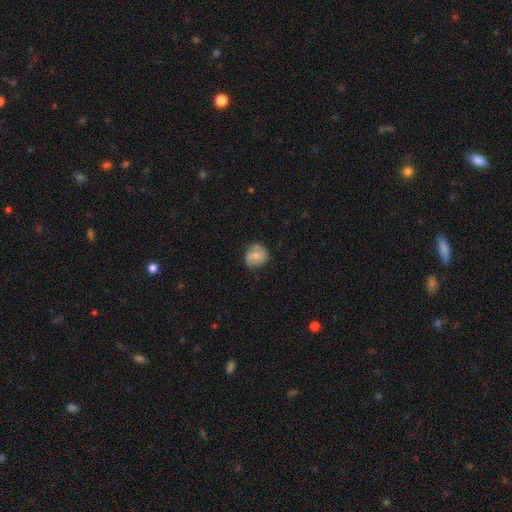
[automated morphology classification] The model was most divided on "smooth or featured": smooth: 60%, featured or disk: 32%, star or artifact: 7%. More confident: how rounded — round (78%); merging — none (72%).